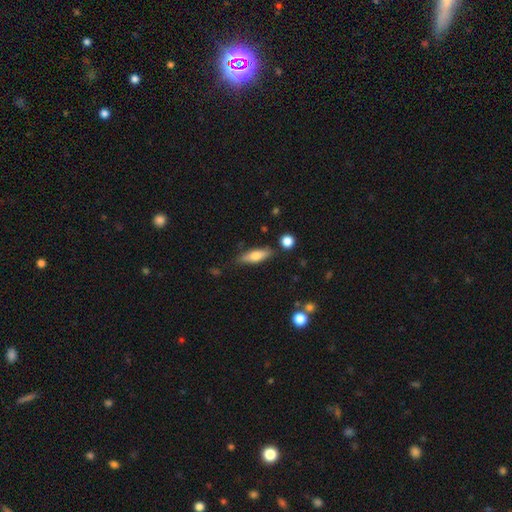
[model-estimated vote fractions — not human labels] smooth-or-featured: smooth: 65% | featured or disk: 28% | star or artifact: 6%
  how-rounded: in between: 49% | cigar-shaped: 48% | round: 3%
  merging: none: 80% | minor disturbance: 14% | merger: 4% | major disturbance: 3%